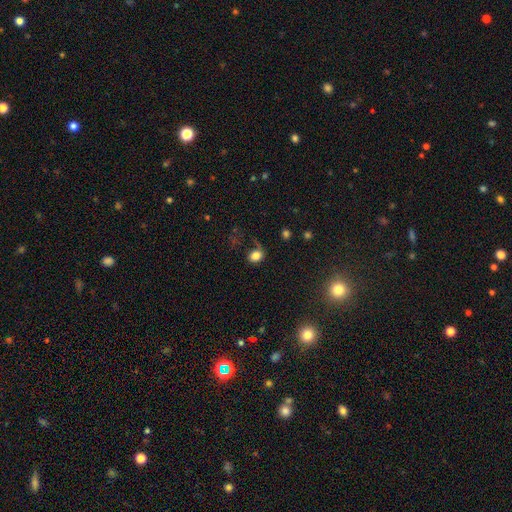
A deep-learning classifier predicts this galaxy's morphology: The model was most divided on "how rounded": in between: 50%, round: 49%, cigar-shaped: 1%. More confident: smooth or featured — smooth (77%); merging — none (52%).